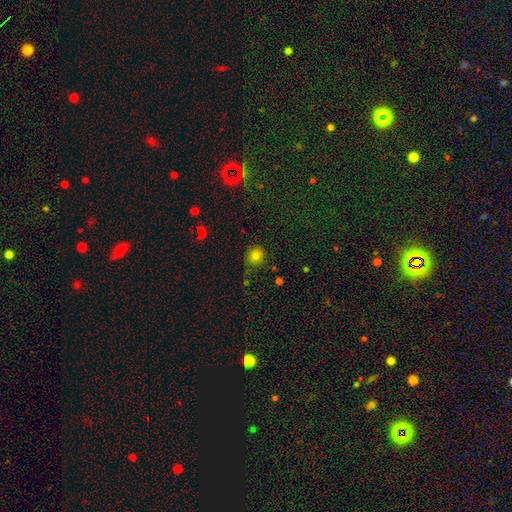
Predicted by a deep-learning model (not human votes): Smooth or featured?
  - smooth: 79% *
  - star or artifact: 15%
  - featured or disk: 7%
How rounded?
  - round: 80% *
  - in between: 19%
  - cigar-shaped: 1%
Merging?
  - none: 78% *
  - minor disturbance: 16%
  - major disturbance: 4%
  - merger: 3%